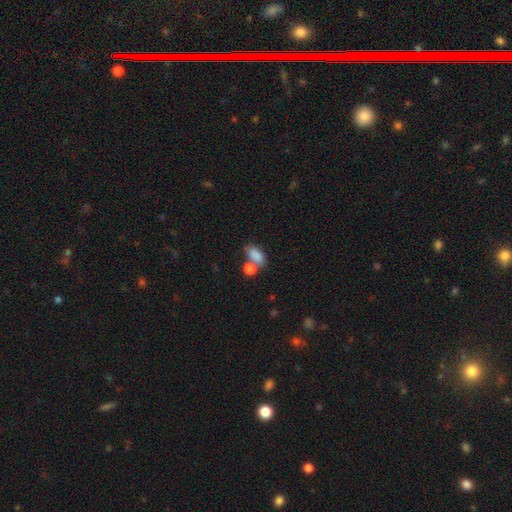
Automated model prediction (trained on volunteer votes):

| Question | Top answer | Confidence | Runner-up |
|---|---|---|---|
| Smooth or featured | smooth | 82% | star or artifact (9%) |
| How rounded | in between | 87% | round (10%) |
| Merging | merger | 43% | none (36%) |